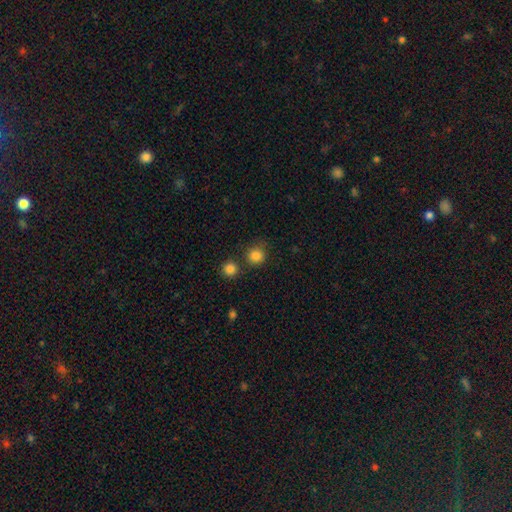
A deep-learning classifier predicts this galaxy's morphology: A smooth galaxy with no disk features (84%) that is round (89%).

Vote fractions:
- Smooth or featured? smooth: 84% / star or artifact: 12% / featured or disk: 4%
- How rounded? round: 89% / in between: 10% / cigar-shaped: 1%
- Merging? none: 75% / merger: 12% / minor disturbance: 9% / major disturbance: 4%